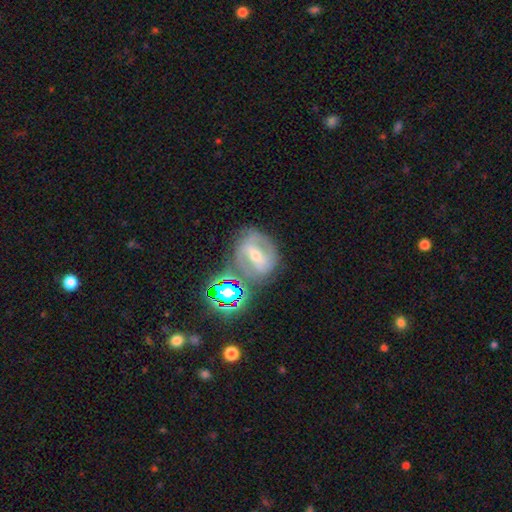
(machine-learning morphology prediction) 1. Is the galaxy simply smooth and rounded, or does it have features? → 69% featured or disk, 16% smooth, 15% star or artifact.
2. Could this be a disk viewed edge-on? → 94% no, 6% yes.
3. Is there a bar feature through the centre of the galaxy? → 54% strong, 31% weak, 15% no.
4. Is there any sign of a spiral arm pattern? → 76% yes, 24% no.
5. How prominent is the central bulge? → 49% moderate, 47% small, 2% large, 1% none, 1% dominant.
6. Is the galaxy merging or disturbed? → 66% none, 17% minor disturbance, 9% merger, 8% major disturbance.